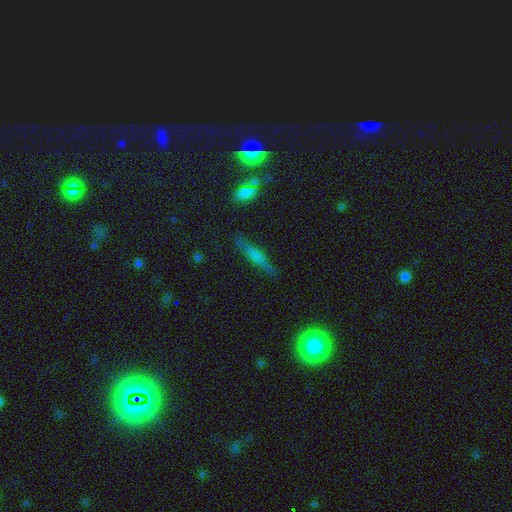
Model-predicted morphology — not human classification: Q: Smooth or featured?
A: smooth (44%); runner-up: featured or disk (42%)
Q: Merging?
A: none (85%); runner-up: minor disturbance (10%)